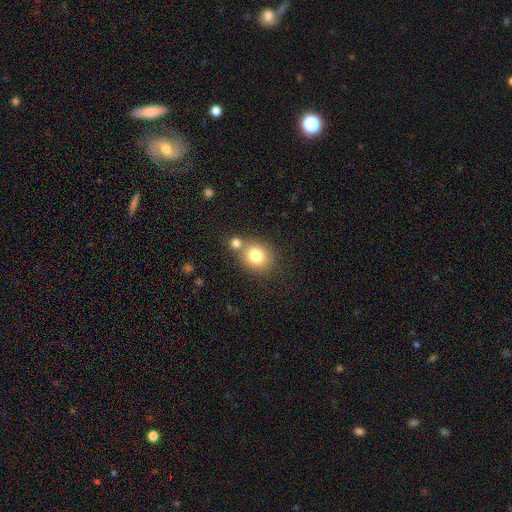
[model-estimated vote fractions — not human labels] smooth 78%, featured or disk 11%, star or artifact 10%. Down the decision tree: how rounded — round (75%); merging — none (60%).